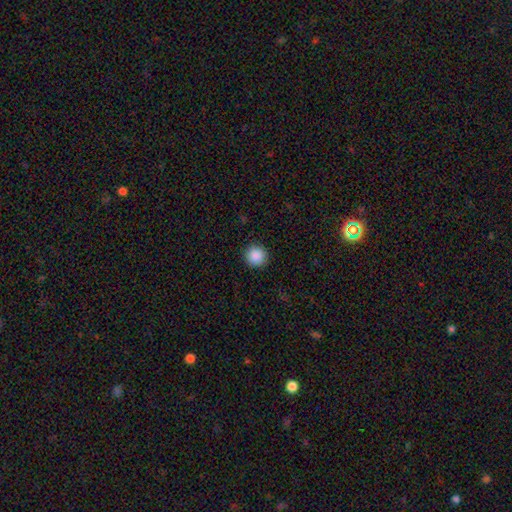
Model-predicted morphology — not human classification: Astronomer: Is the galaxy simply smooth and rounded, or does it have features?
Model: smooth — 89%.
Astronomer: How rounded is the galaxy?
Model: round — 95%.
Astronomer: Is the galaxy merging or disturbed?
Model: none — 92%.